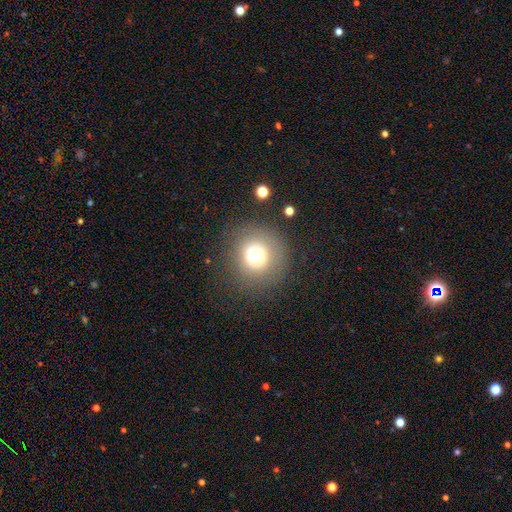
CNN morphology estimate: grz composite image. It shows a smooth galaxy with no disk features (61%) that is round (81%). Merging: none (74%).